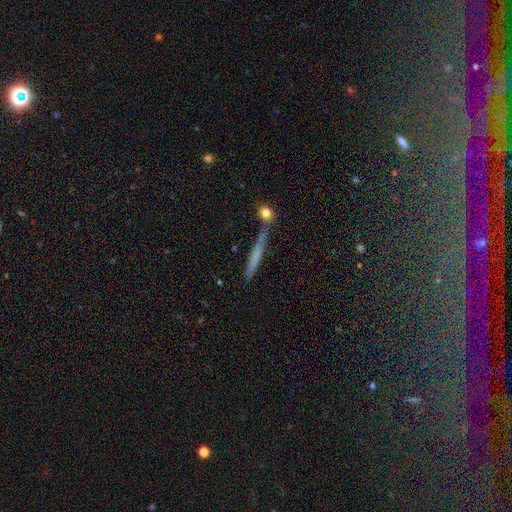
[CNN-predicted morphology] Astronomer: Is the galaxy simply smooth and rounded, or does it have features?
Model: smooth — 54% (runner-up: featured or disk, 39%).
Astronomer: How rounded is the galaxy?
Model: cigar-shaped — 94%.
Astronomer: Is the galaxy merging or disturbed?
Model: none — 70%.